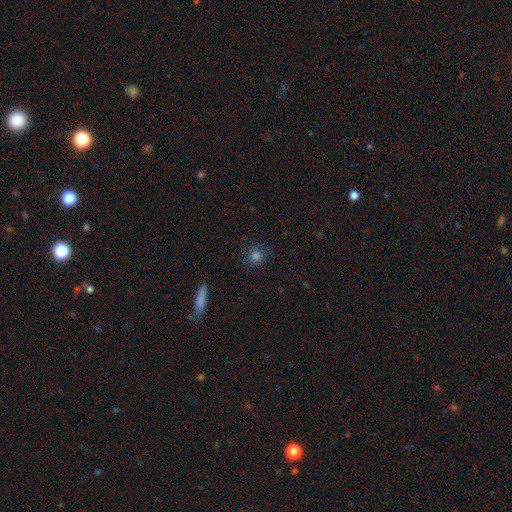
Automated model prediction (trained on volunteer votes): Smooth or featured?
  - smooth: 78% *
  - star or artifact: 15%
  - featured or disk: 7%
How rounded?
  - round: 89% *
  - in between: 9%
  - cigar-shaped: 2%
Merging?
  - none: 86% *
  - minor disturbance: 10%
  - major disturbance: 3%
  - merger: 1%